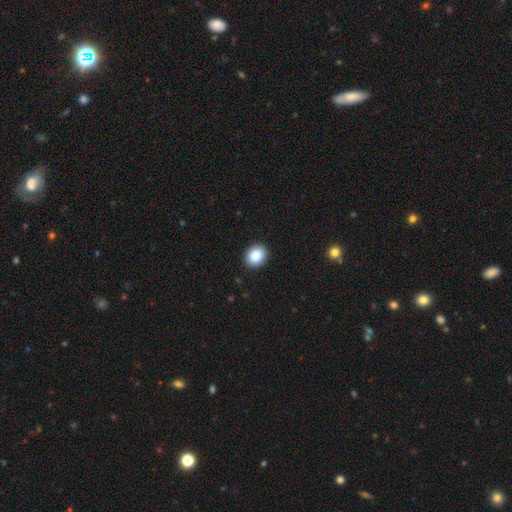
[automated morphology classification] smooth_or_featured: smooth (p=0.89) [alt: star or artifact p=0.08]
how_rounded: round (p=0.51) [alt: in between p=0.48]
merging: none (p=0.91) [alt: minor disturbance p=0.06]